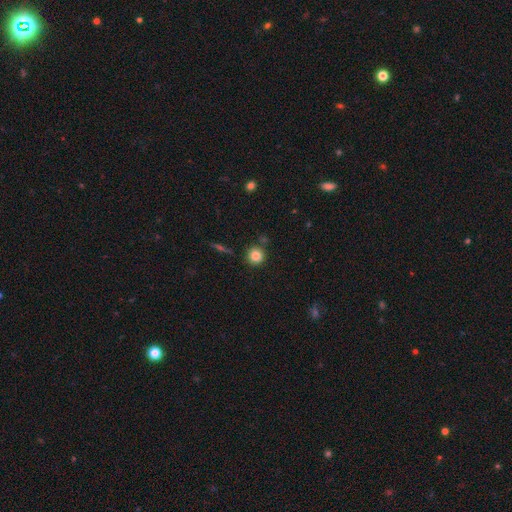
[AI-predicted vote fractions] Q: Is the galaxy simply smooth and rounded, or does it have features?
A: smooth — 83%.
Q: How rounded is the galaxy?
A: round — 94%.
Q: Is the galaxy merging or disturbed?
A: none — 84%.